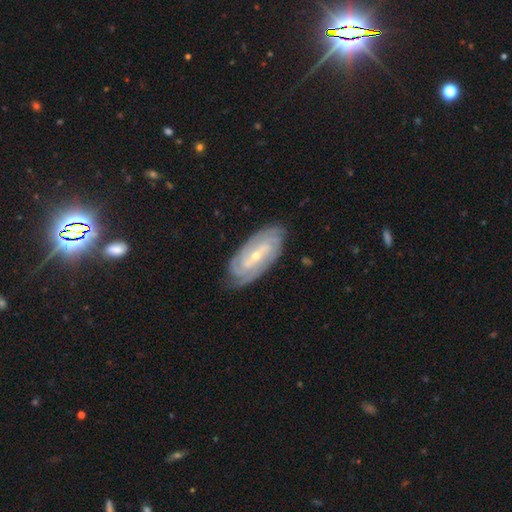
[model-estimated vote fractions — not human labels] A featured or disk galaxy (85%) with a weak bar (42%), 2 (32%) tight (69%) spiral arms (96%) and a small central bulge (61%). Merging: none (81%).